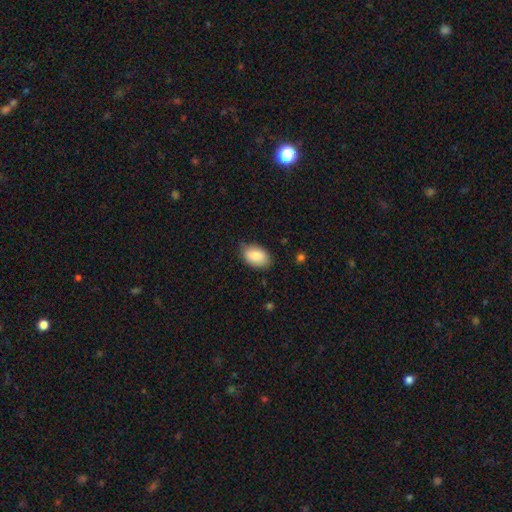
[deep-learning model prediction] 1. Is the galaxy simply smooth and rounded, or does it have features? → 85% smooth, 8% featured or disk, 7% star or artifact.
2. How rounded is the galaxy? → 89% in between, 10% round, 1% cigar-shaped.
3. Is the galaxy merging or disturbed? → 76% none, 20% minor disturbance, 3% major disturbance, 1% merger.